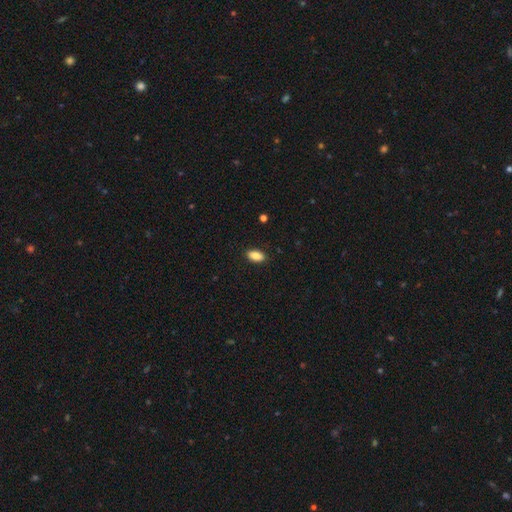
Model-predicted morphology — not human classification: Smooth or featured? Predicted: smooth (p=0.88). How rounded? Predicted: in between (p=0.91). Merging? Predicted: none (p=0.89).